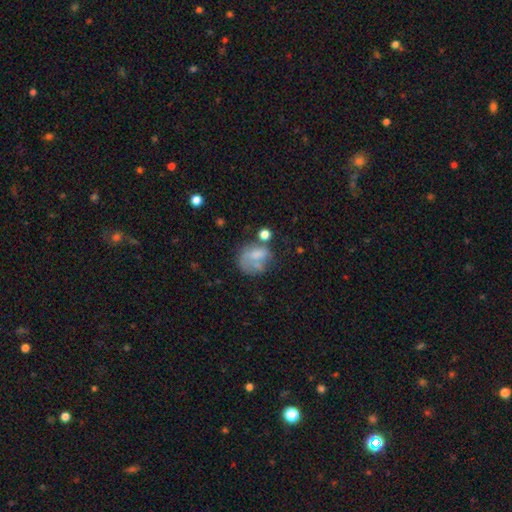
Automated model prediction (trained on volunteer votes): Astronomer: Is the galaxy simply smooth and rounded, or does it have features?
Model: smooth — 58%.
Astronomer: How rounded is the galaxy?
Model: round — 53% (runner-up: in between, 45%).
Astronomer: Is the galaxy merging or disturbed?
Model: none — 31% (runner-up: major disturbance, 29%).